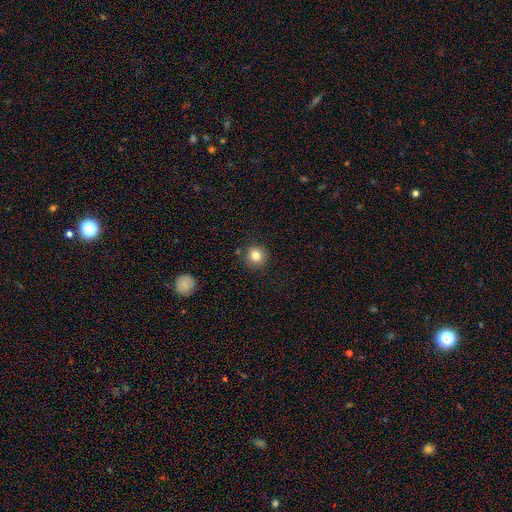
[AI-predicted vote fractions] smooth-or-featured: smooth: 82% | star or artifact: 11% | featured or disk: 7%
  how-rounded: round: 90% | in between: 9% | cigar-shaped: 1%
  merging: none: 87% | minor disturbance: 8% | merger: 3% | major disturbance: 2%